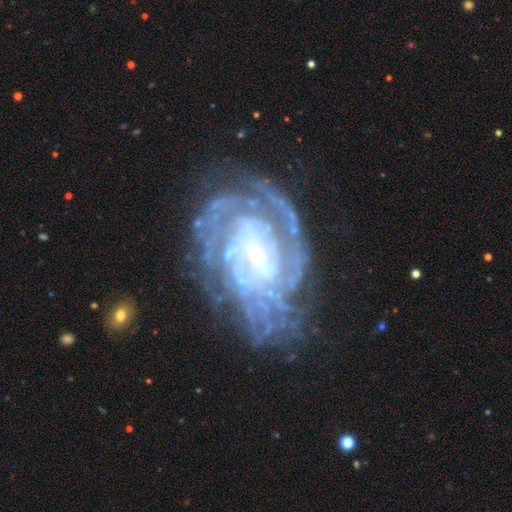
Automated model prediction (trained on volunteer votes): This is clearly a featured or disk galaxy (88%). It is clearly not viewed edge-on (97%). Bar: marginally weak (43%). Spiral arm pattern: clearly yes (94%). Spiral arm count: marginally can't tell (40%). Spiral winding: likely tight (70%). Central bulge: marginally small (43%). Merging: likely none (65%).